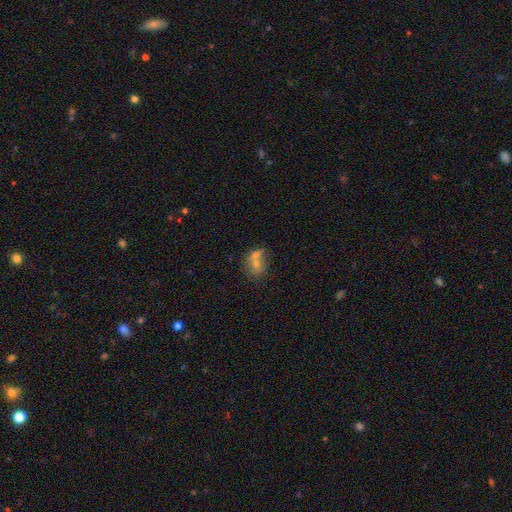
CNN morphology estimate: The model was most divided on "merging": merger: 52%, none: 33%, minor disturbance: 10%, major disturbance: 5%. More confident: how rounded — round (62%); smooth or featured — smooth (61%).